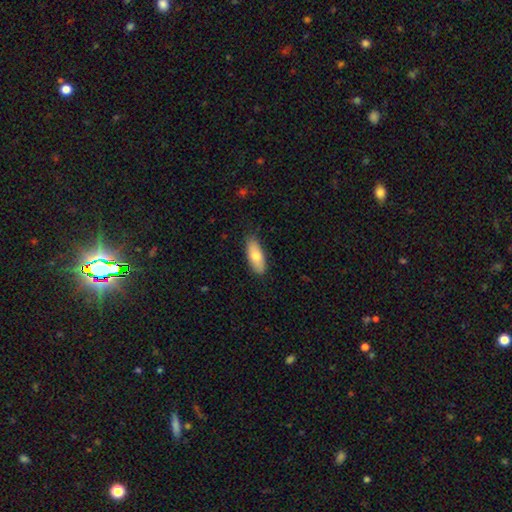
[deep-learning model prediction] smooth-or-featured: smooth: 77% | featured or disk: 17% | star or artifact: 6%
  how-rounded: in between: 76% | cigar-shaped: 22% | round: 2%
  merging: none: 84% | minor disturbance: 13% | major disturbance: 2% | merger: 1%